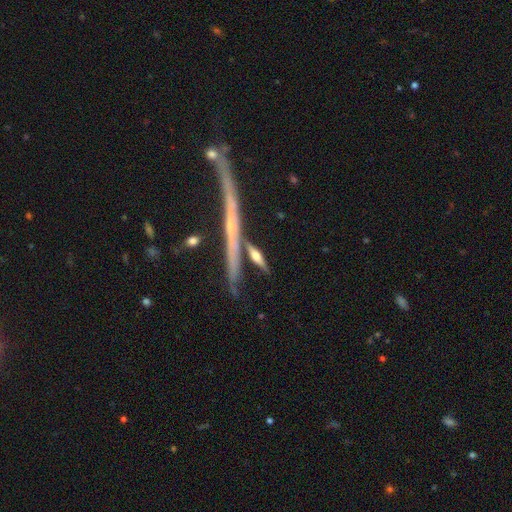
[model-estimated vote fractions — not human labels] featured or disk 49%, smooth 44%, star or artifact 8%. Down the decision tree: merging — none (62%).